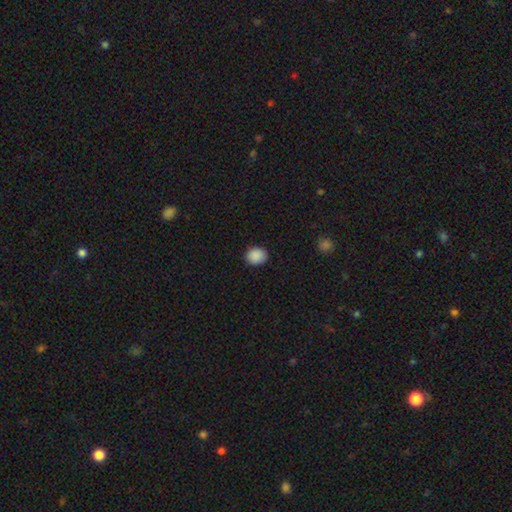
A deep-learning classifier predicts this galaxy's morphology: smooth 89%, star or artifact 8%, featured or disk 2%. Down the decision tree: how rounded — round (62%); merging — none (89%).